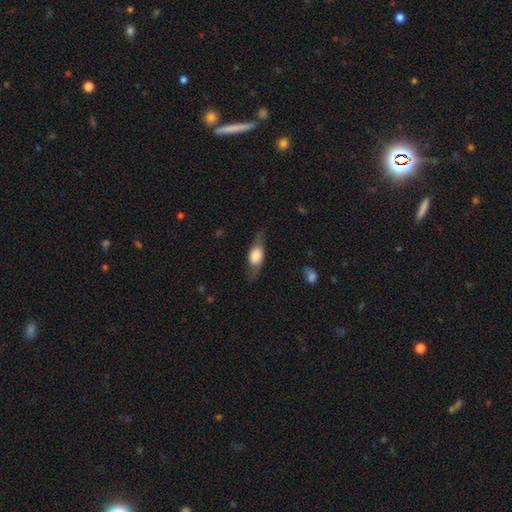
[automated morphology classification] A featured or disk galaxy (47%).

Vote fractions:
- Smooth or featured? featured or disk: 47% / smooth: 46% / star or artifact: 7%
- Merging? none: 69% / minor disturbance: 19% / major disturbance: 10% / merger: 2%